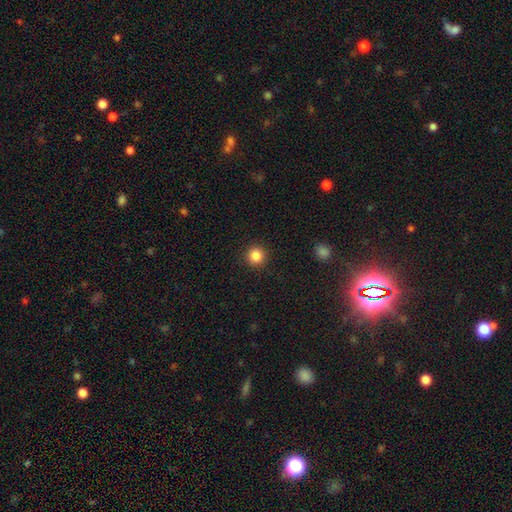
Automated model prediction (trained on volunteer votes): Smooth or featured? smooth (86%)
How rounded? round (95%)
Merging? none (93%)